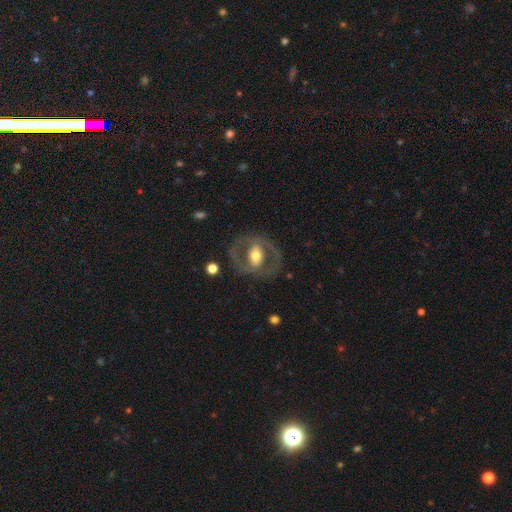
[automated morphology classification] smooth_or_featured: featured or disk (p=0.72) [alt: smooth p=0.23]
disk_edge_on: no (p=0.95) [alt: yes p=0.05]
bar: no (p=0.40) [alt: weak p=0.32]
has_spiral_arms: yes (p=0.51) [alt: no p=0.49]
bulge_size: moderate (p=0.65) [alt: large p=0.20]
merging: none (p=0.74) [alt: minor disturbance p=0.13]